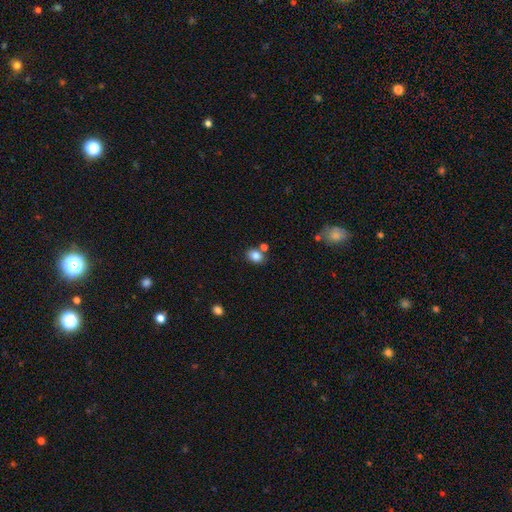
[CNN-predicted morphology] Q: Smooth or featured?
A: smooth (83%); runner-up: star or artifact (10%)
Q: How rounded?
A: in between (60%); runner-up: round (39%)
Q: Merging?
A: none (70%); runner-up: merger (15%)